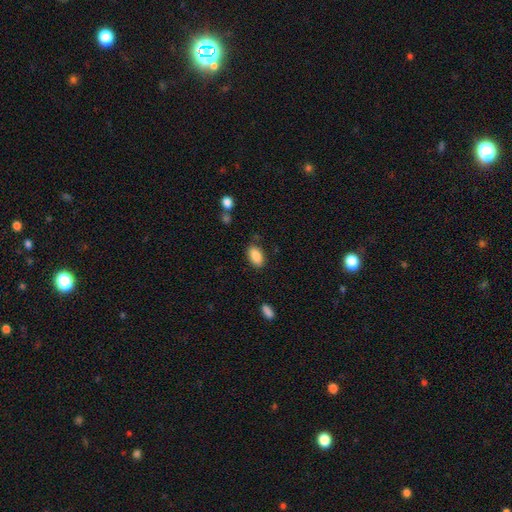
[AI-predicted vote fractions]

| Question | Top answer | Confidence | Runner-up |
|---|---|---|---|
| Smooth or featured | smooth | 88% | star or artifact (7%) |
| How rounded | in between | 92% | round (4%) |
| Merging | none | 82% | minor disturbance (13%) |